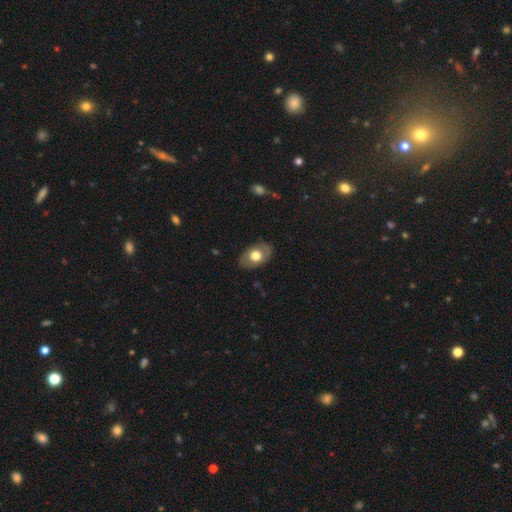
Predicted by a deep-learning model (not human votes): Smooth or featured?
  - smooth: 63% *
  - featured or disk: 30%
  - star or artifact: 7%
How rounded?
  - in between: 85% *
  - round: 14%
  - cigar-shaped: 1%
Merging?
  - none: 83% *
  - minor disturbance: 13%
  - major disturbance: 3%
  - merger: 1%